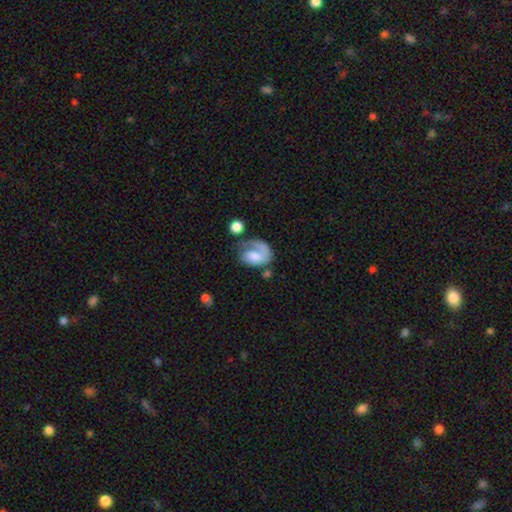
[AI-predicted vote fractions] smooth-or-featured: featured or disk: 57% | smooth: 36% | star or artifact: 7%
  disk-edge-on: no: 97% | yes: 3%
    bar: no: 66% | weak: 27% | strong: 7%
    has-spiral-arms: yes: 83% | no: 17%
    bulge-size: moderate: 29% | none: 27% | large: 20% | small: 20% | dominant: 4%
  merging: none: 42% | major disturbance: 30% | minor disturbance: 20% | merger: 8%